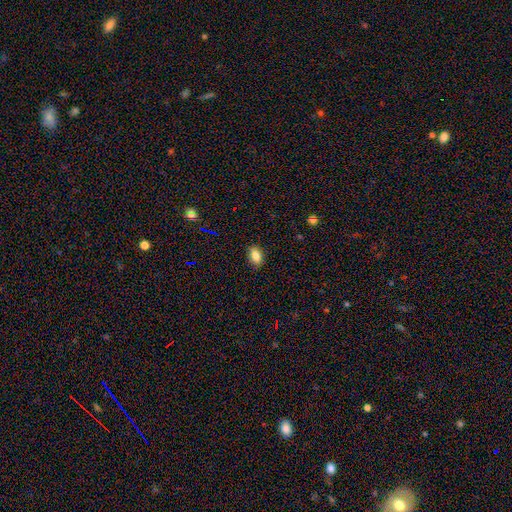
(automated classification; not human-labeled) smooth-or-featured: smooth: 82% | star or artifact: 10% | featured or disk: 8%
  how-rounded: in between: 85% | round: 13% | cigar-shaped: 2%
  merging: none: 86% | minor disturbance: 11% | major disturbance: 2% | merger: 1%